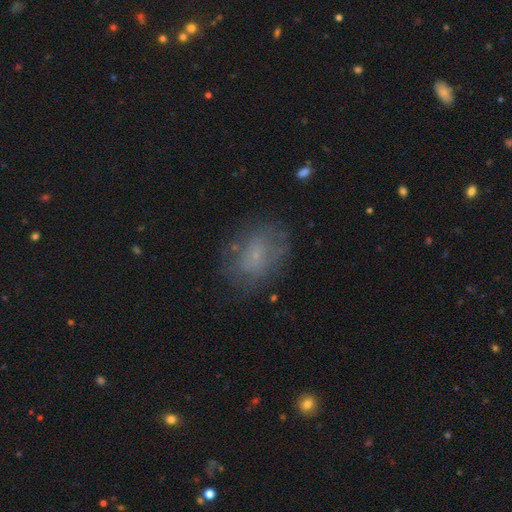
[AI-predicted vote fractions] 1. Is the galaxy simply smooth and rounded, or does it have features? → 52% smooth, 34% featured or disk, 14% star or artifact.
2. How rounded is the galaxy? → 61% in between, 37% round, 1% cigar-shaped.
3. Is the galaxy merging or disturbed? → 69% none, 19% minor disturbance, 11% major disturbance, 2% merger.